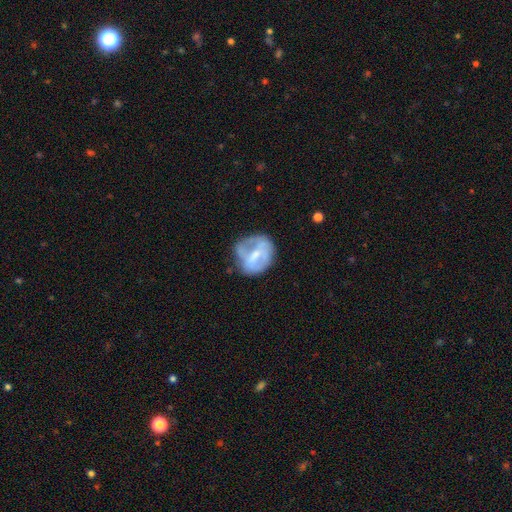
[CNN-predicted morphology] A featured or disk galaxy (52%).

Vote fractions:
- Smooth or featured? featured or disk: 52% / smooth: 41% / star or artifact: 8%
- Edge-on disk? no: 96% / yes: 4%
- Merging? none: 53% / minor disturbance: 26% / major disturbance: 17% / merger: 4%